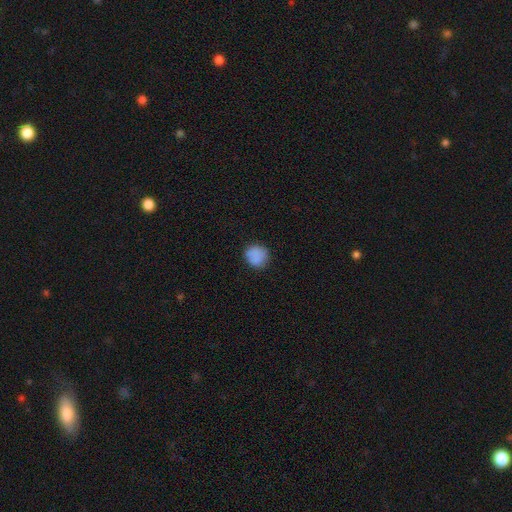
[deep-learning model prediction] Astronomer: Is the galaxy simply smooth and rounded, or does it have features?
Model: smooth — 84%.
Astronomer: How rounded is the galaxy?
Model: round — 86%.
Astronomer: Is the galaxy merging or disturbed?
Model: none — 78%.